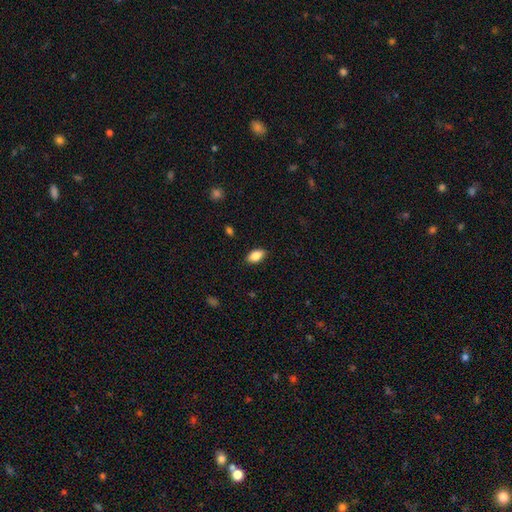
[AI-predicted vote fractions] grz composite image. It shows a smooth galaxy with no disk features (86%) that is in between round and cigar-shaped (92%). Merging: none (87%).